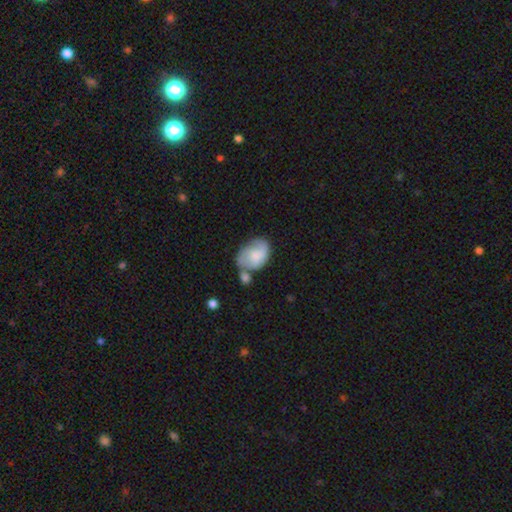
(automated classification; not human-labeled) Smooth or featured?
  - smooth: 65% *
  - featured or disk: 28%
  - star or artifact: 7%
How rounded?
  - in between: 78% *
  - round: 20%
  - cigar-shaped: 1%
Merging?
  - none: 35% *
  - minor disturbance: 27%
  - merger: 27%
  - major disturbance: 12%